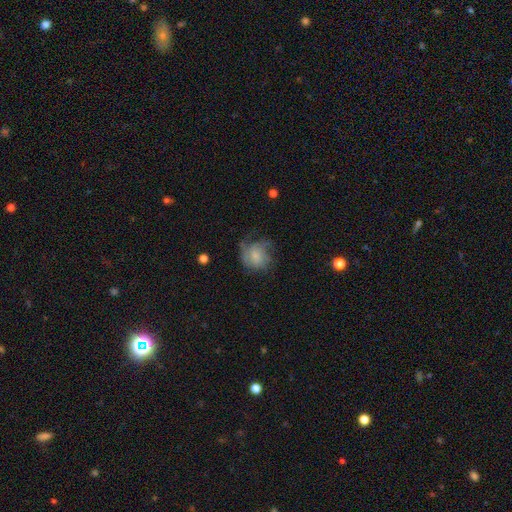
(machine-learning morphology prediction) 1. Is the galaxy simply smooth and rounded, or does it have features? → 46% smooth, 45% featured or disk, 9% star or artifact.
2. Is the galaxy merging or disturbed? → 44% none, 28% major disturbance, 26% minor disturbance, 2% merger.